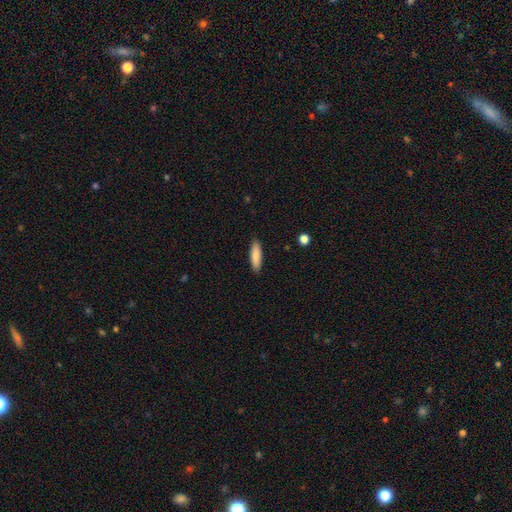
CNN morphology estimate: Overall: smooth (85%). How rounded: cigar-shaped (64%; in between 35%). Merging: none (89%).